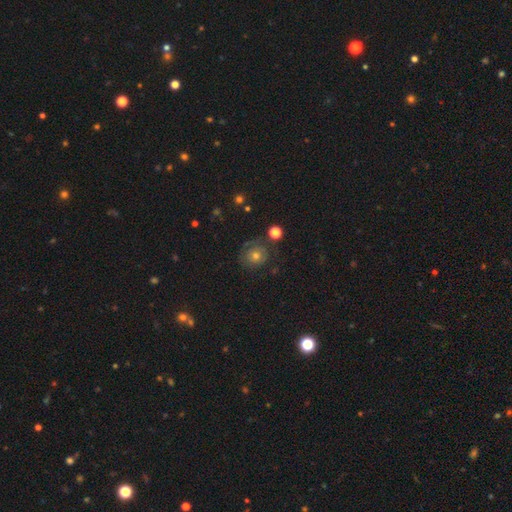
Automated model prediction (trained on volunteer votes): smooth-or-featured: smooth: 52% | featured or disk: 29% | star or artifact: 18%
  how-rounded: round: 85% | in between: 14% | cigar-shaped: 1%
  merging: none: 74% | minor disturbance: 15% | major disturbance: 7% | merger: 3%